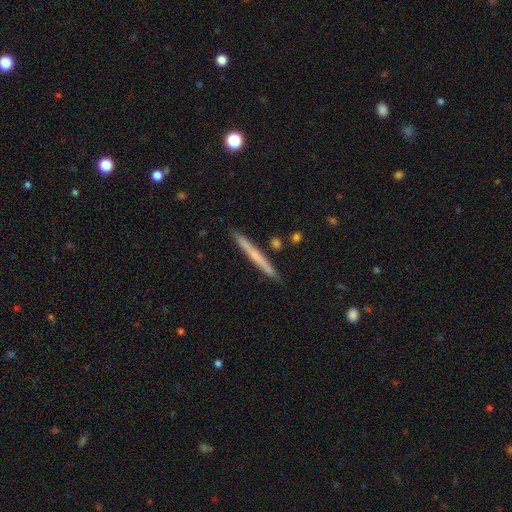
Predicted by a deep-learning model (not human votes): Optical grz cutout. It shows a smooth galaxy with no disk features (57%) that is cigar-shaped (97%). Merging: none (90%).